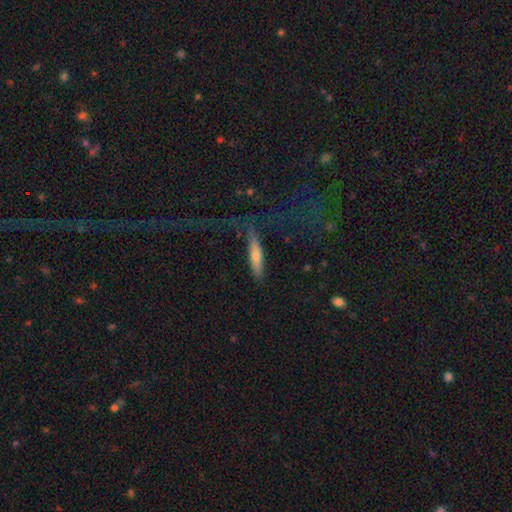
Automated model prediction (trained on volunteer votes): Smooth or featured? smooth (50%)
Merging? none (61%)